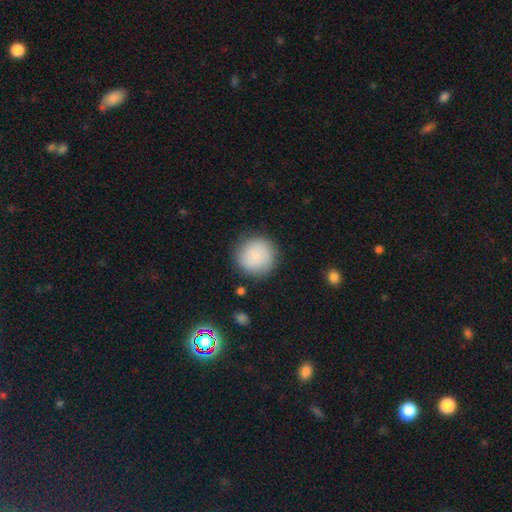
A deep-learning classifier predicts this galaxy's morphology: Overall: smooth (82%). How rounded: round (94%). Merging: none (84%).